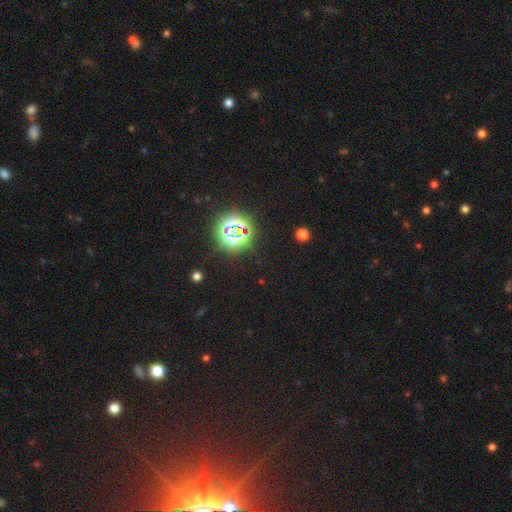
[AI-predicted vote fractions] star or artifact 79%, smooth 14%, featured or disk 6%.